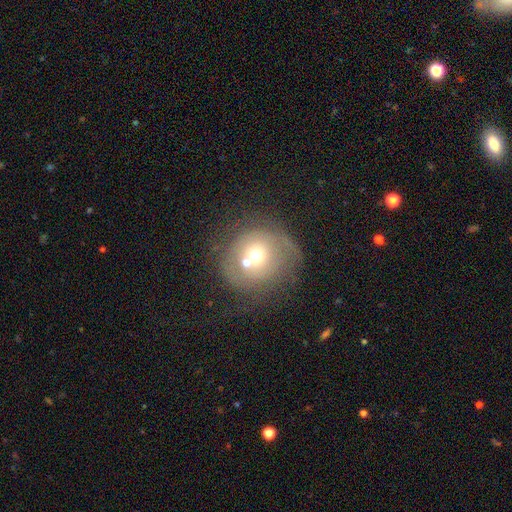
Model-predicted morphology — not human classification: Smooth or featured?
  - smooth: 49% *
  - featured or disk: 38%
  - star or artifact: 13%
Merging?
  - none: 37% *
  - merger: 30%
  - minor disturbance: 17%
  - major disturbance: 16%